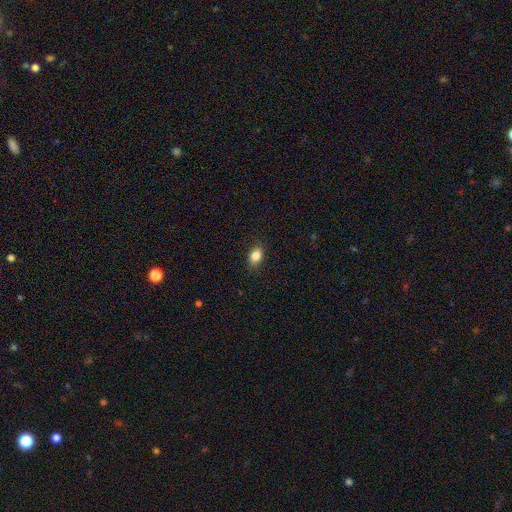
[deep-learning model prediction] Smooth or featured? Predicted: smooth (p=0.84). How rounded? Predicted: in between (p=0.80). Merging? Predicted: none (p=0.86).